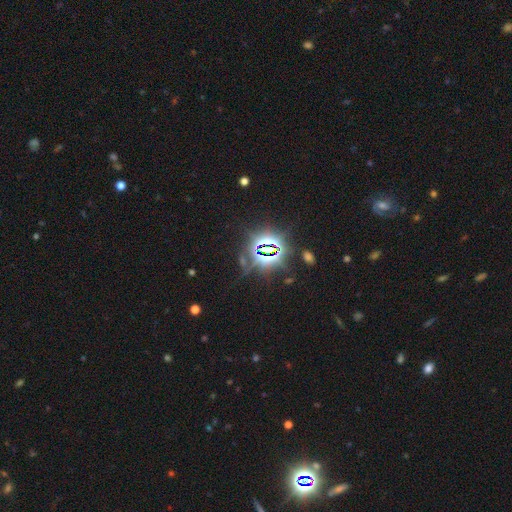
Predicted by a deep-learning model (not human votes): This is clearly a star or artifact rather than a galaxy (84%).